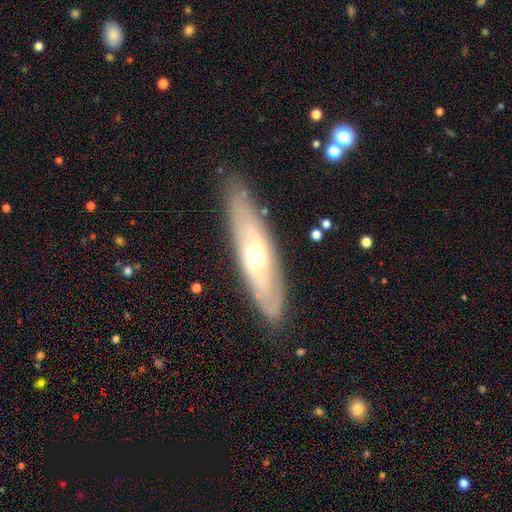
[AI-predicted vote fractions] The model was most divided on "edge-on disk": no: 59%, yes: 41%. More confident: merging — none (83%); smooth or featured — featured or disk (63%).